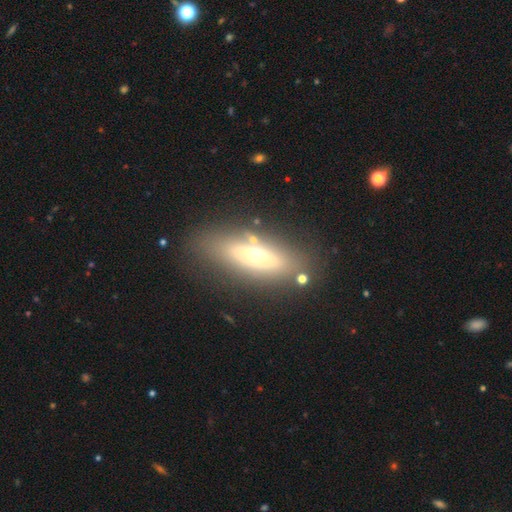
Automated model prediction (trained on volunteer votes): A featured or disk galaxy (47%). Merging: none (76%).